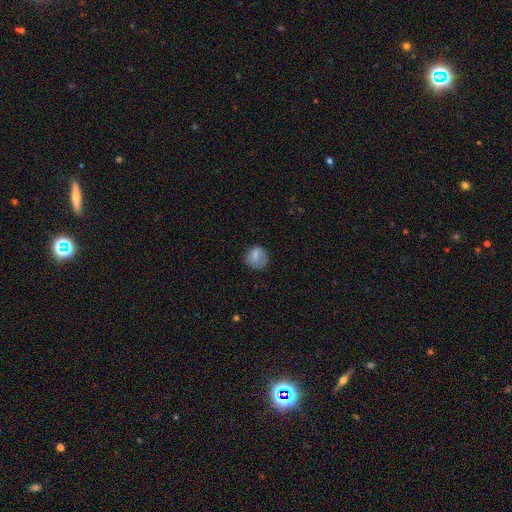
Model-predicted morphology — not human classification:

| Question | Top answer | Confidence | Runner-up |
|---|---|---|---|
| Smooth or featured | smooth | 75% | featured or disk (16%) |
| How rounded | round | 80% | in between (19%) |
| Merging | none | 68% | minor disturbance (21%) |